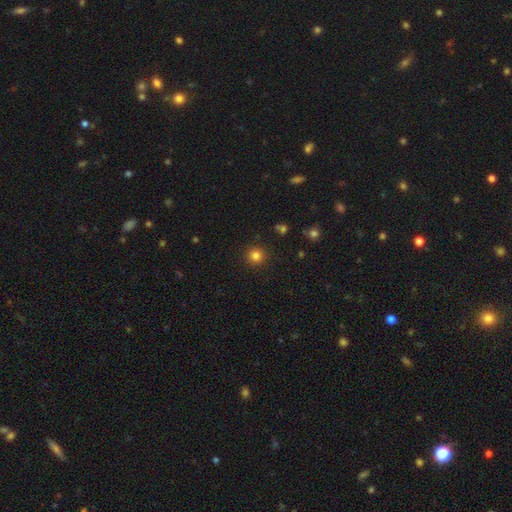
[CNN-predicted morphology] Smooth or featured: smooth — 82% (star or artifact — 13%)
How rounded: round — 95% (in between — 4%)
Merging: none — 91% (minor disturbance — 6%)